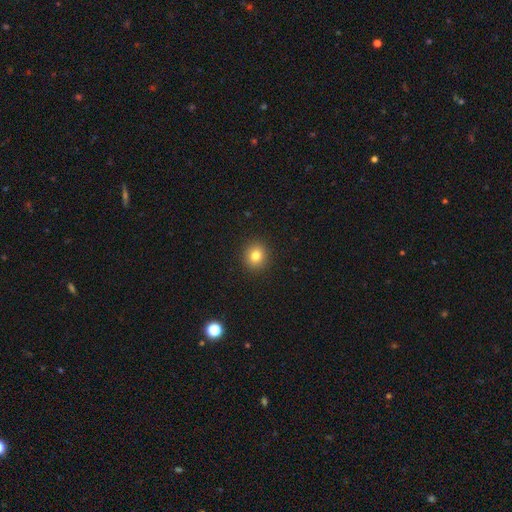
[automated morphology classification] Smooth or featured? Predicted: smooth (p=0.81). How rounded? Predicted: round (p=0.88). Merging? Predicted: none (p=0.92).